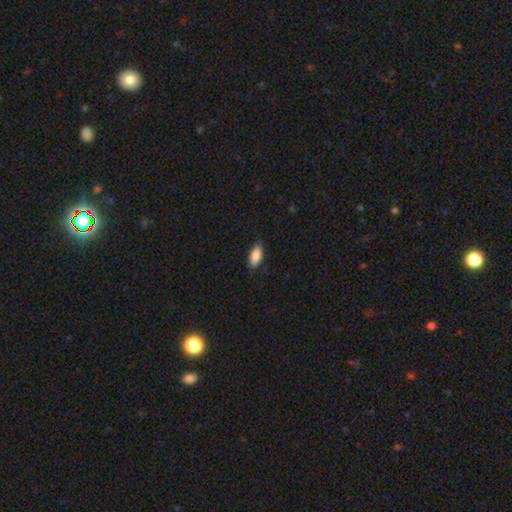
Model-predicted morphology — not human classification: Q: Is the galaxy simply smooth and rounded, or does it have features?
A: smooth — 87%.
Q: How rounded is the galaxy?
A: in between — 86%.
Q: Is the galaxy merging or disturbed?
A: none — 82%.